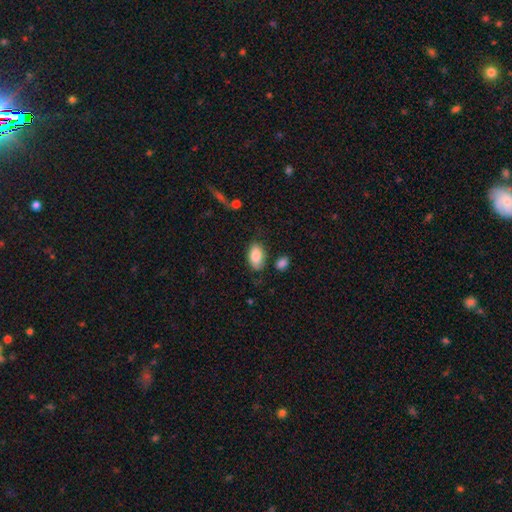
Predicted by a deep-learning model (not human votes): Smooth or featured: smooth — 86% (featured or disk — 8%)
How rounded: in between — 93% (round — 5%)
Merging: none — 75% (minor disturbance — 16%)